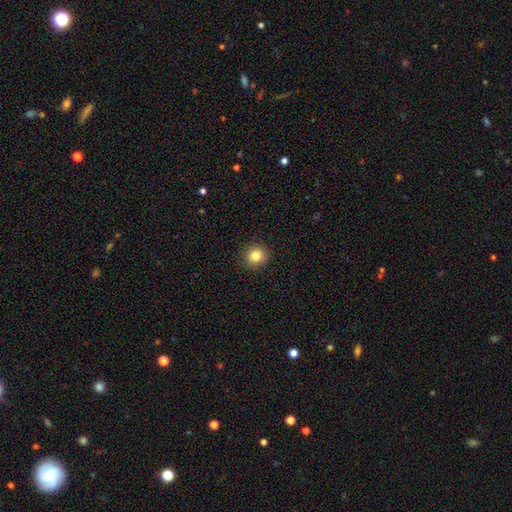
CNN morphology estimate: A smooth galaxy with no disk features (83%) that is round (88%).

Vote fractions:
- Smooth or featured? smooth: 83% / star or artifact: 11% / featured or disk: 6%
- How rounded? round: 88% / in between: 11% / cigar-shaped: 1%
- Merging? none: 90% / minor disturbance: 7% / major disturbance: 2% / merger: 1%